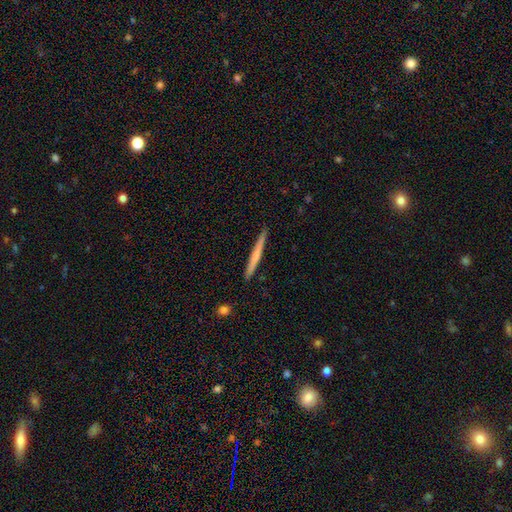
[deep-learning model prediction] The model was most divided on "smooth or featured": smooth: 53%, featured or disk: 42%, star or artifact: 5%. More confident: how rounded — cigar-shaped (97%); merging — none (91%).